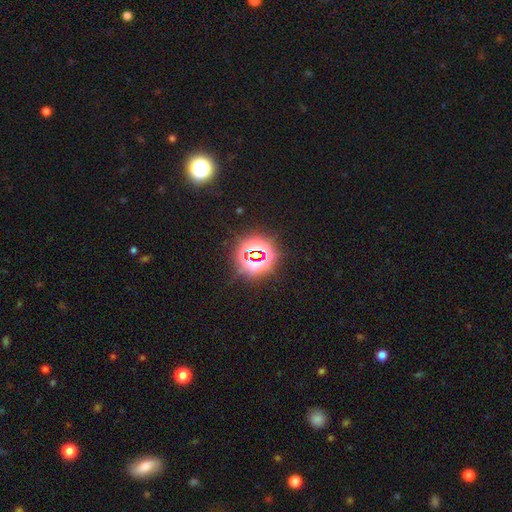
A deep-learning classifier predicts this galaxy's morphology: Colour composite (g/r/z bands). It shows a star or artifact, not a galaxy (77%).